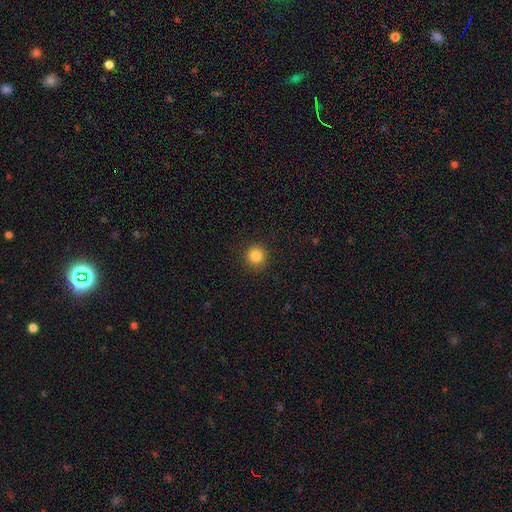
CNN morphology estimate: Overall: smooth (84%). How rounded: round (94%). Merging: none (92%).